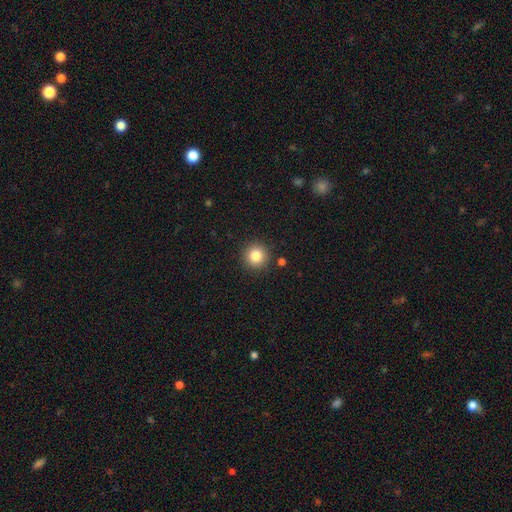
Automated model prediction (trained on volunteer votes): Smooth or featured?
  - smooth: 83% *
  - star or artifact: 10%
  - featured or disk: 6%
How rounded?
  - round: 95% *
  - in between: 4%
  - cigar-shaped: 1%
Merging?
  - none: 89% *
  - minor disturbance: 6%
  - major disturbance: 2%
  - merger: 2%